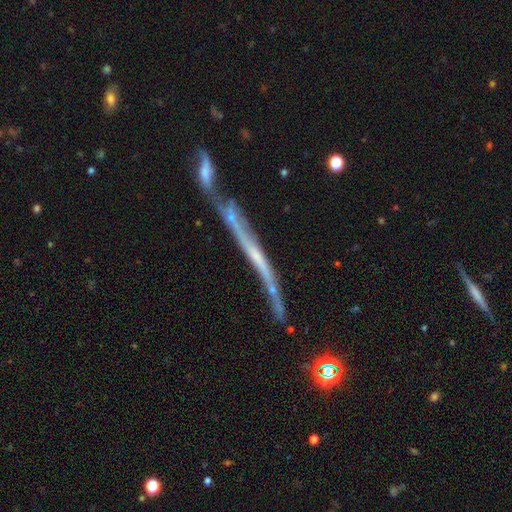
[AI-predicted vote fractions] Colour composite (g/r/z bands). It shows a featured or disk galaxy (71%) viewed edge-on (88%) with no central bulge (73%). Merging: none (45%).